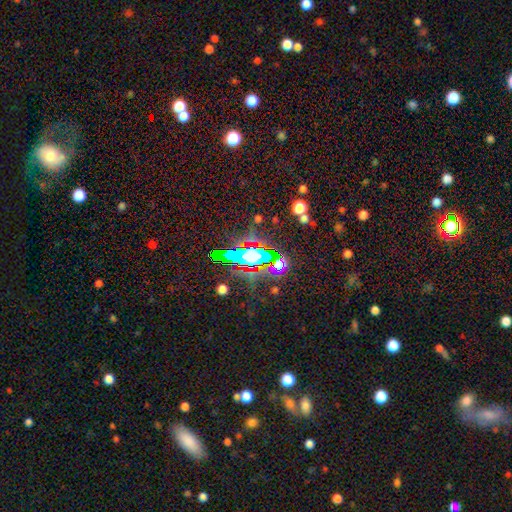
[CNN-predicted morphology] Smooth or featured? Predicted: star or artifact (p=0.65).